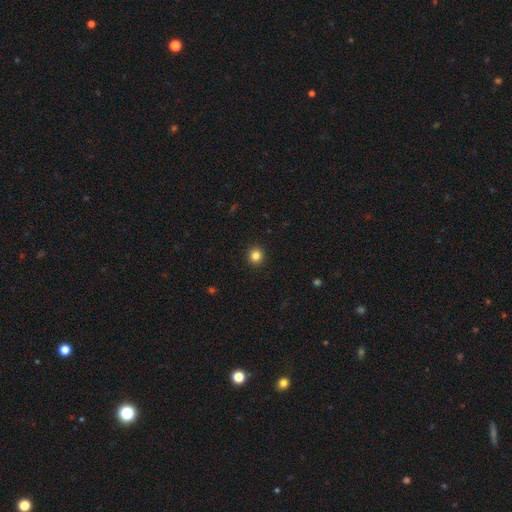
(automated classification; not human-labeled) Overall: smooth (84%). How rounded: round (92%). Merging: none (93%).